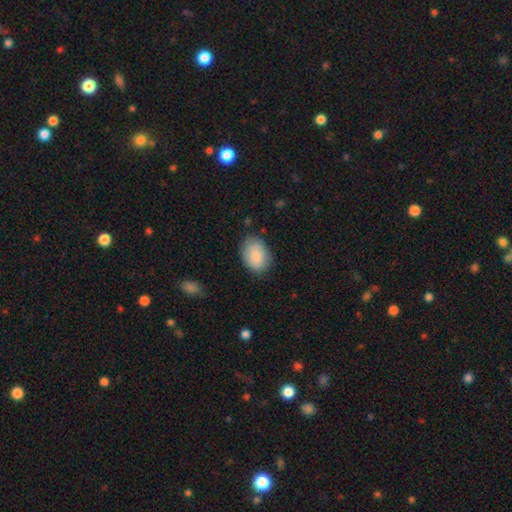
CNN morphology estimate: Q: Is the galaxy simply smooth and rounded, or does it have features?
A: smooth — 86%.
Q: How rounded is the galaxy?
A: in between — 84%.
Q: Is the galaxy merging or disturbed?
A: none — 78%.